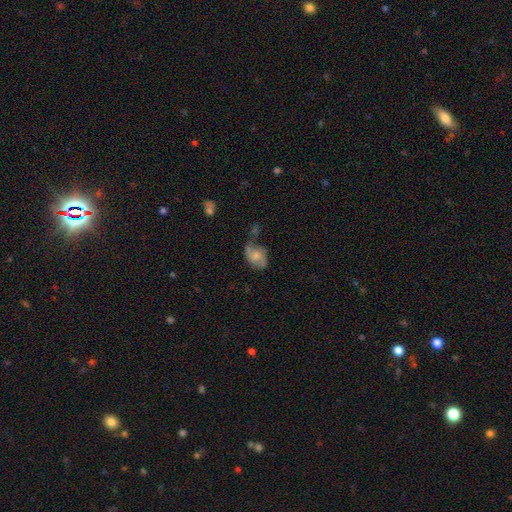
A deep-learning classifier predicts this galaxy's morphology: Smooth or featured? featured or disk (55%)
Edge-on disk? no (97%)
Bar? no (69%)
Spiral arms? yes (83%)
Bulge size? small (43%)
Merging? none (36%)